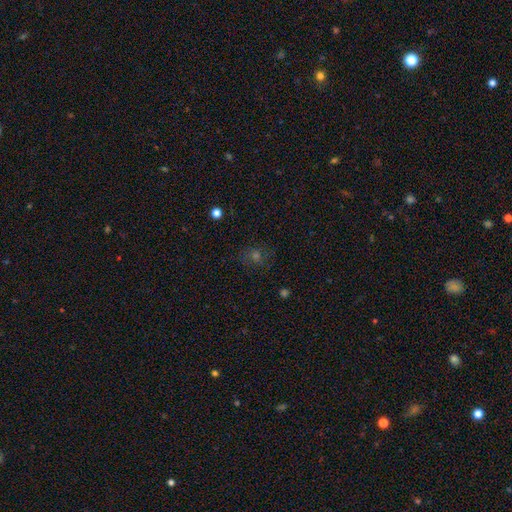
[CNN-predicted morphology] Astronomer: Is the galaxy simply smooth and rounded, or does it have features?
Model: smooth — 44% (runner-up: star or artifact, 37%).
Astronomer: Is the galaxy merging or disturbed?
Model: none — 80%.